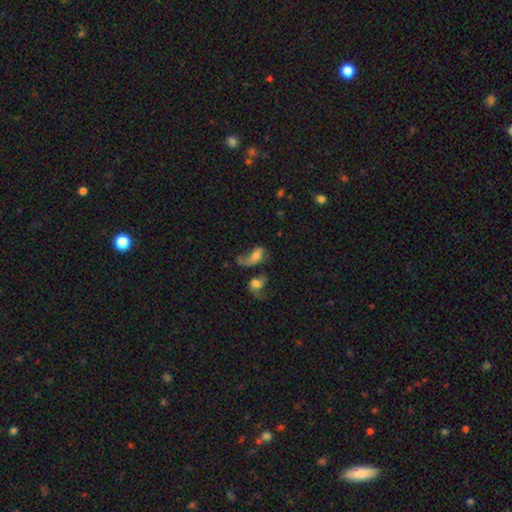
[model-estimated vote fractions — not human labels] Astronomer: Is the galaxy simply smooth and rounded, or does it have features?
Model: smooth — 45% (runner-up: featured or disk, 43%).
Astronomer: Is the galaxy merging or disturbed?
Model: merger — 36% (runner-up: major disturbance, 32%).